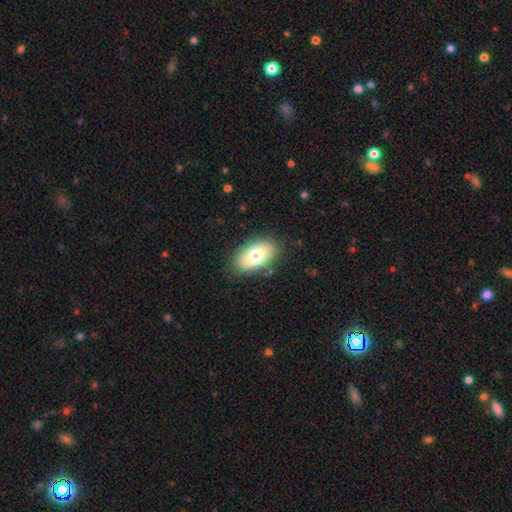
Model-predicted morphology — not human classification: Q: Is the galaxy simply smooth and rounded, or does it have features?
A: smooth — 74%.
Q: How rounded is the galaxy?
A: in between — 93%.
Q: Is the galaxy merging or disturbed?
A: none — 85%.